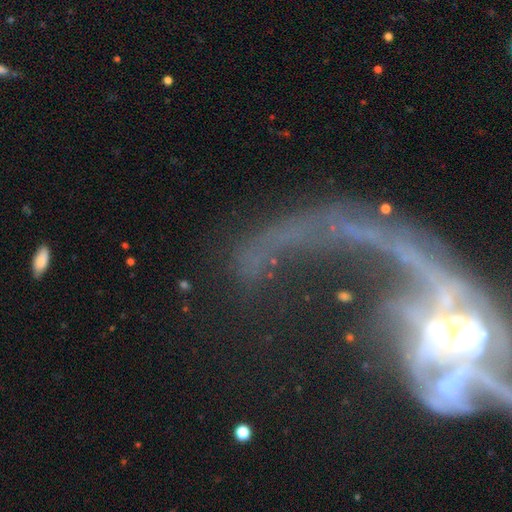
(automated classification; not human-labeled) Smooth or featured? featured or disk (61%)
Edge-on disk? no (81%)
Merging? major disturbance (37%)